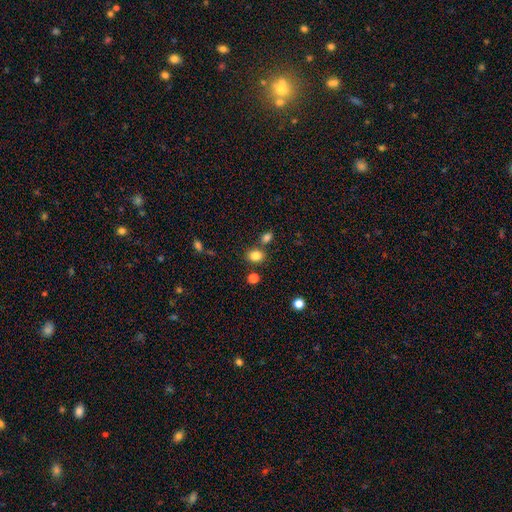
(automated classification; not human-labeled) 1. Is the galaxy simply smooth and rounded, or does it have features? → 83% smooth, 12% star or artifact, 5% featured or disk.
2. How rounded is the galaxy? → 56% round, 43% in between, 1% cigar-shaped.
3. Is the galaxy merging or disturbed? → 73% none, 14% merger, 10% minor disturbance, 3% major disturbance.